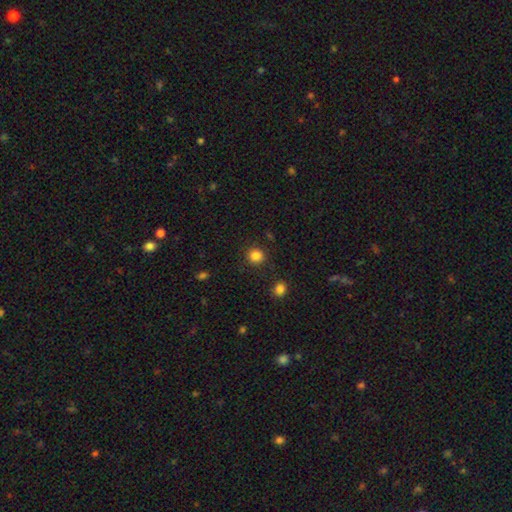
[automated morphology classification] A smooth galaxy with no disk features (85%) that is round (90%). Merging: none (88%).